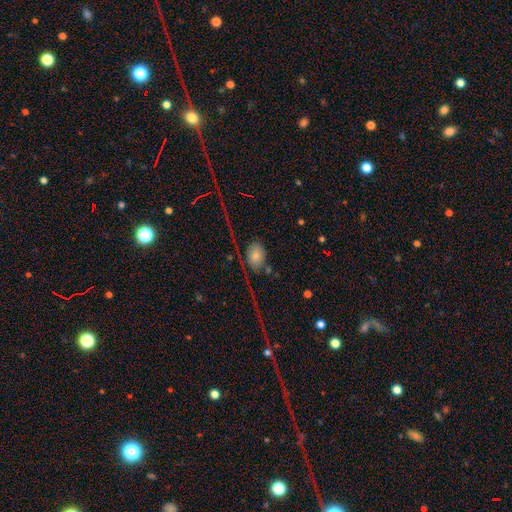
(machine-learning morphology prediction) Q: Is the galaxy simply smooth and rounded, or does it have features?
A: smooth — 66%.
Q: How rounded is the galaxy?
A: in between — 69%.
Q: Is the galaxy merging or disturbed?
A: none — 56%.